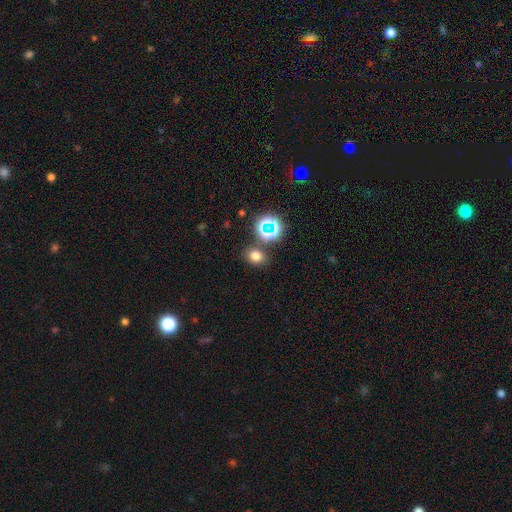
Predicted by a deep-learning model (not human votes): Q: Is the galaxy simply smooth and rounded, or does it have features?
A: smooth — 71%.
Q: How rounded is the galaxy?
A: round — 53%.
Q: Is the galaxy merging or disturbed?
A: none — 79%.